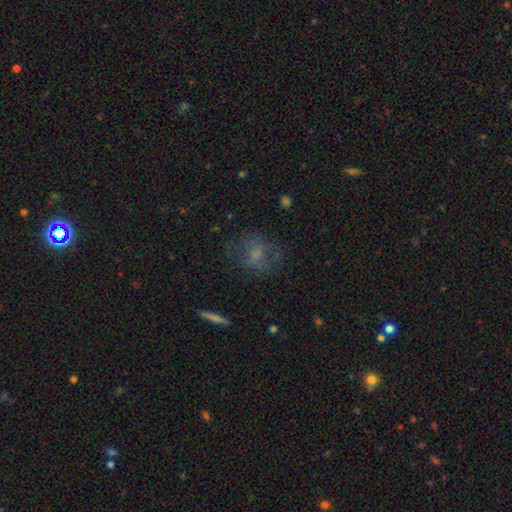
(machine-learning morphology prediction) smooth-or-featured: smooth: 58% | featured or disk: 26% | star or artifact: 15%
  how-rounded: round: 57% | in between: 40% | cigar-shaped: 3%
  merging: none: 66% | minor disturbance: 18% | major disturbance: 14% | merger: 2%